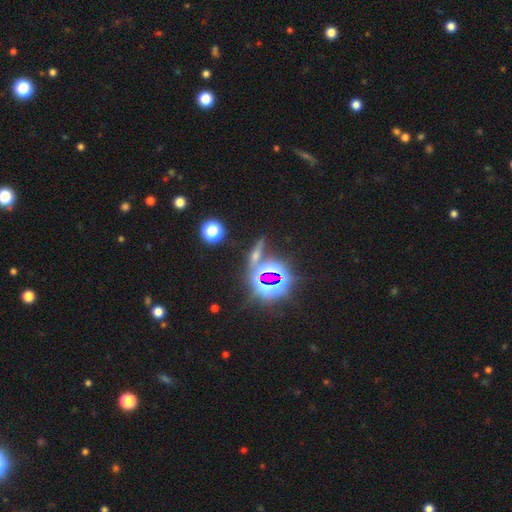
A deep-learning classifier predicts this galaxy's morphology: Overall: star or artifact (52%; smooth 25%).